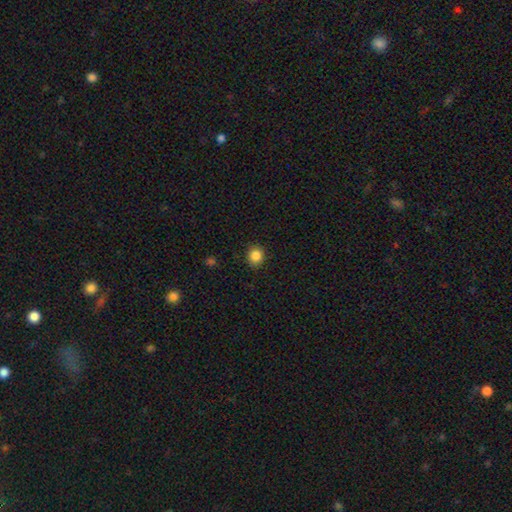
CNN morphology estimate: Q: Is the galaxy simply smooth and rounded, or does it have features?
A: smooth — 86%.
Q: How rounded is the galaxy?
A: round — 84%.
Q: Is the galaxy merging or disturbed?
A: none — 90%.